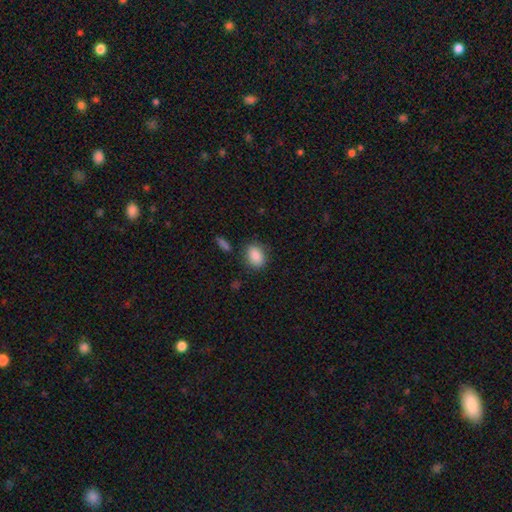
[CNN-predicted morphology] This appears to be a smooth galaxy with no disk features (87%) that is in between round and cigar-shaped (69%). Merging: none (80%).